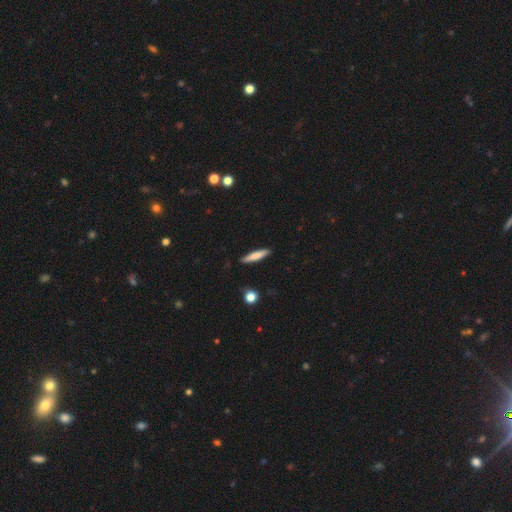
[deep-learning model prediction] Morphology: type=smooth (76%); roundness=cigar-shaped (87%); merging=none (89%).